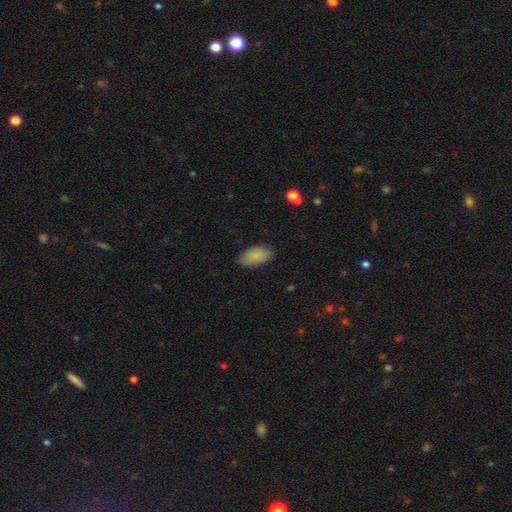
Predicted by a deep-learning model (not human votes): A smooth galaxy with no disk features (87%) that is in between round and cigar-shaped (94%).

Vote fractions:
- Smooth or featured? smooth: 87% / featured or disk: 7% / star or artifact: 7%
- How rounded? in between: 94% / cigar-shaped: 4% / round: 3%
- Merging? none: 83% / minor disturbance: 13% / major disturbance: 3% / merger: 1%